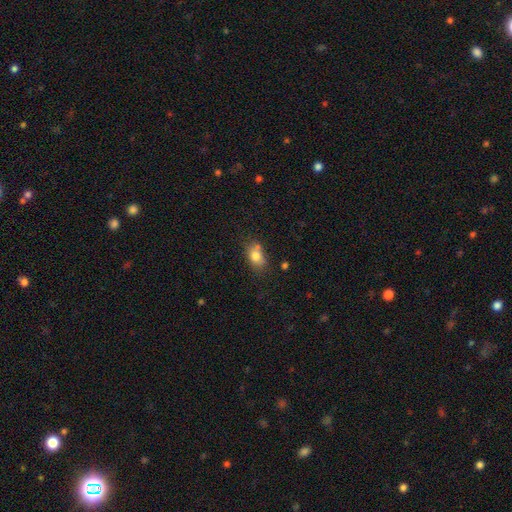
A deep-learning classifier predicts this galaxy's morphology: Overall: smooth (79%). How rounded: in between (77%). Merging: none (60%; minor disturbance 21%).